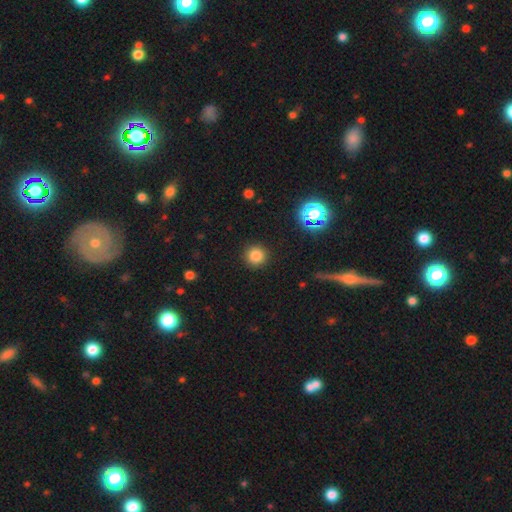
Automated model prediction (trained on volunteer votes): A smooth galaxy with no disk features (81%) that is round (94%).

Vote fractions:
- Smooth or featured? smooth: 81% / star or artifact: 15% / featured or disk: 4%
- How rounded? round: 94% / in between: 5% / cigar-shaped: 1%
- Merging? none: 92% / minor disturbance: 5% / major disturbance: 2% / merger: 1%